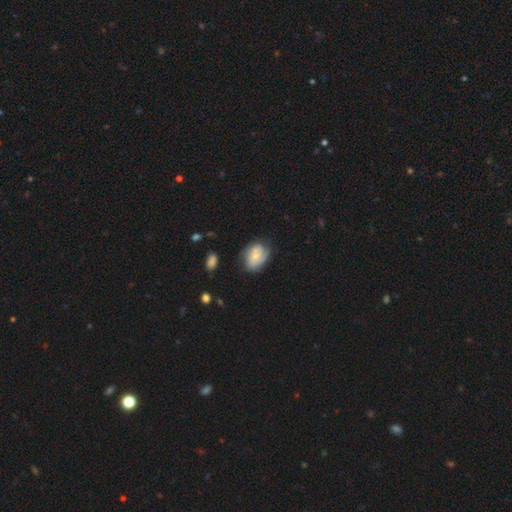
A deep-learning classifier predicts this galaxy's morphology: Smooth or featured?
  - featured or disk: 55% *
  - smooth: 37%
  - star or artifact: 7%
Edge-on disk?
  - no: 97% *
  - yes: 3%
Bar?
  - no: 67% *
  - weak: 28%
  - strong: 5%
Spiral arms?
  - yes: 84% *
  - no: 16%
Bulge size?
  - small: 61% *
  - moderate: 28%
  - none: 7%
  - large: 2%
  - dominant: 1%
Merging?
  - none: 62% *
  - minor disturbance: 26%
  - major disturbance: 10%
  - merger: 2%